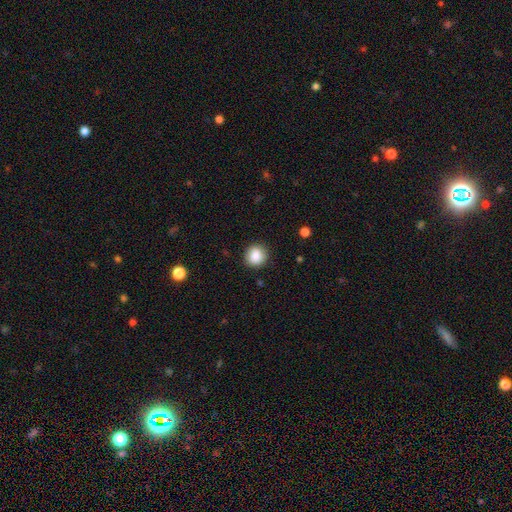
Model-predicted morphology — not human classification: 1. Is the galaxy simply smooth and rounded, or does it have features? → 87% smooth, 9% star or artifact, 4% featured or disk.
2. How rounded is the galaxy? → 89% round, 10% in between, 1% cigar-shaped.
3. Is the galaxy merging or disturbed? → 88% none, 8% minor disturbance, 2% major disturbance, 1% merger.